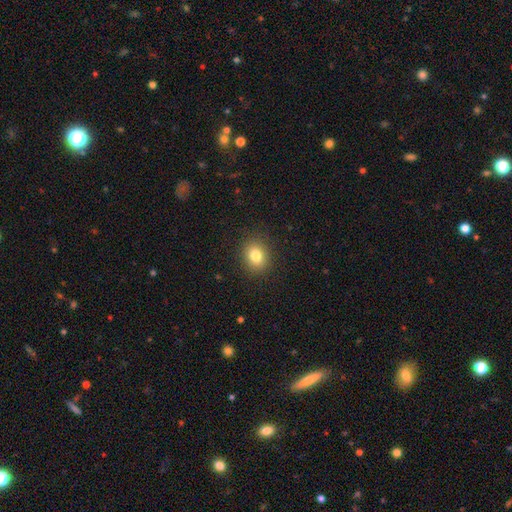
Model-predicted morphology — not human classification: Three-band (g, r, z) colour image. It shows a smooth galaxy with no disk features (82%) that is round (63%). Merging: none (89%).